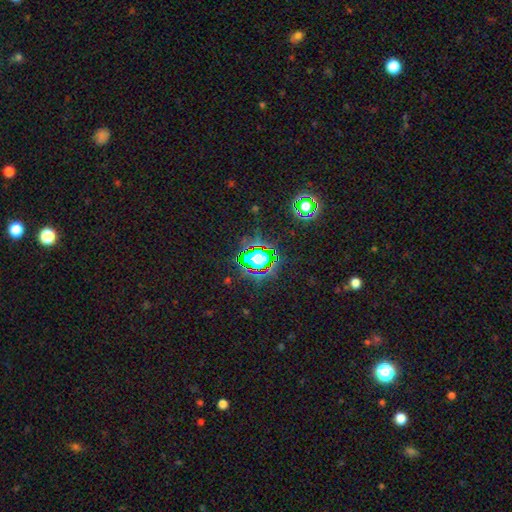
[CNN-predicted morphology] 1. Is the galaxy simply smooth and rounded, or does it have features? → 67% star or artifact, 22% smooth, 11% featured or disk.